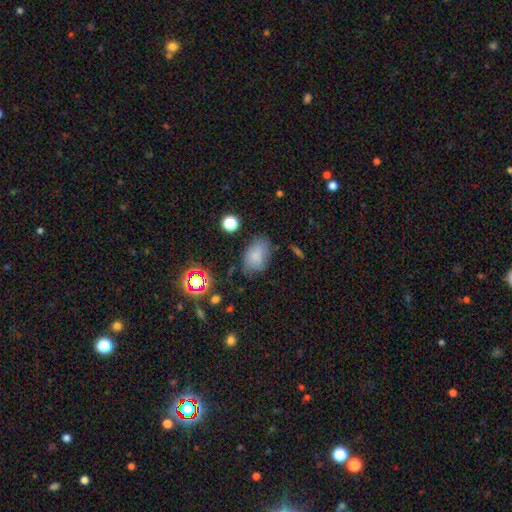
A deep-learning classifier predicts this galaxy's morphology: Smooth or featured? Predicted: smooth (p=0.77). How rounded? Predicted: in between (p=0.82). Merging? Predicted: none (p=0.66).